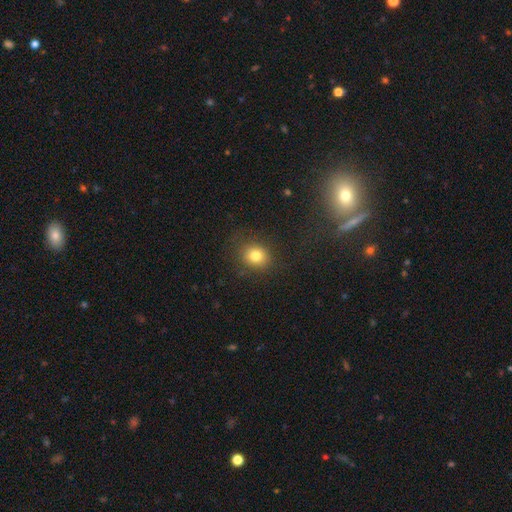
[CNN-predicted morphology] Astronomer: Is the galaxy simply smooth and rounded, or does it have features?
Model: smooth — 80%.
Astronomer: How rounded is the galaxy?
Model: round — 73%.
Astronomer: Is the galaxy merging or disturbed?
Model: none — 83%.